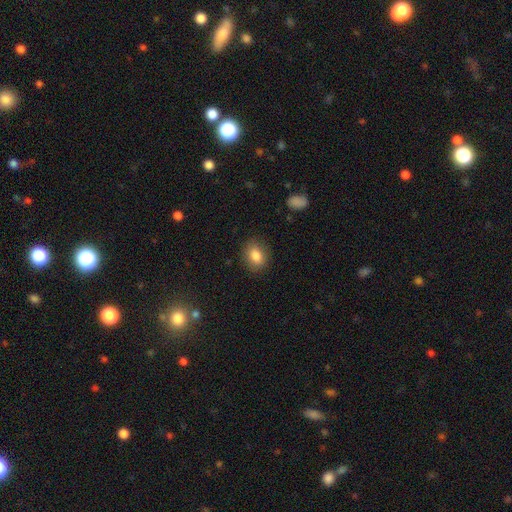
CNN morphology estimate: smooth-or-featured: smooth: 84% | star or artifact: 9% | featured or disk: 7%
  how-rounded: in between: 61% | round: 37% | cigar-shaped: 1%
  merging: none: 85% | minor disturbance: 11% | major disturbance: 3% | merger: 1%